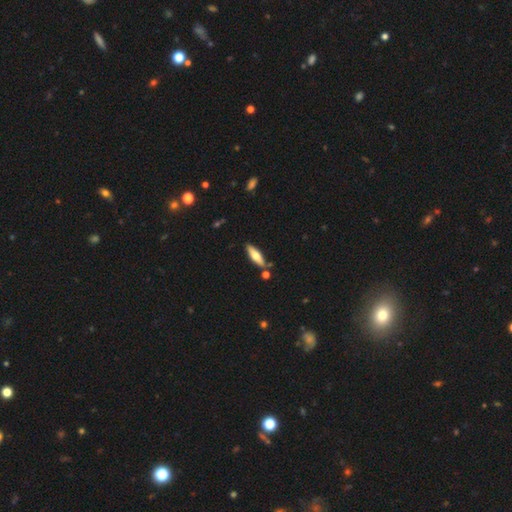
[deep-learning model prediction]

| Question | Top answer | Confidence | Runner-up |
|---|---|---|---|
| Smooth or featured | smooth | 59% | featured or disk (35%) |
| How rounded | cigar-shaped | 58% | in between (40%) |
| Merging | none | 80% | minor disturbance (11%) |